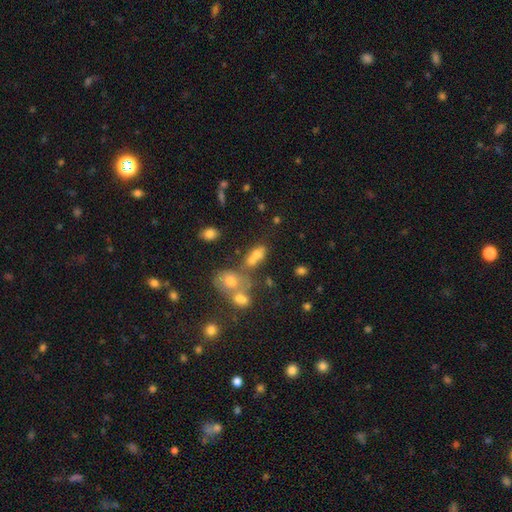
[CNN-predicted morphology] Smooth or featured?
  - smooth: 67% *
  - featured or disk: 18%
  - star or artifact: 16%
How rounded?
  - in between: 71% *
  - round: 24%
  - cigar-shaped: 4%
Merging?
  - merger: 47% *
  - none: 31%
  - minor disturbance: 13%
  - major disturbance: 9%